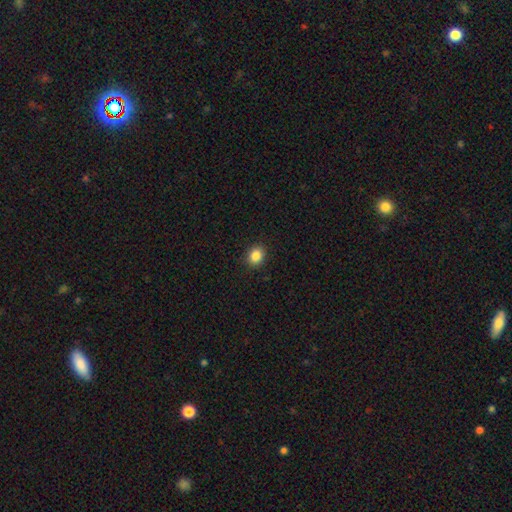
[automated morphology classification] Overall: smooth (86%). How rounded: round (63%; in between 36%). Merging: none (90%).